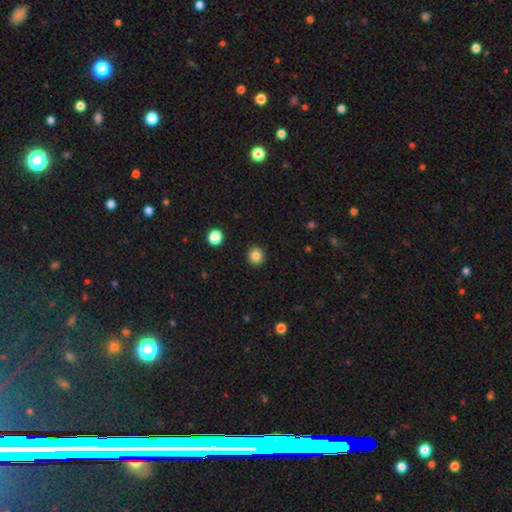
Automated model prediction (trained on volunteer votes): smooth-or-featured: smooth: 84% | star or artifact: 11% | featured or disk: 5%
  how-rounded: round: 93% | in between: 6% | cigar-shaped: 1%
  merging: none: 92% | minor disturbance: 5% | major disturbance: 2% | merger: 1%